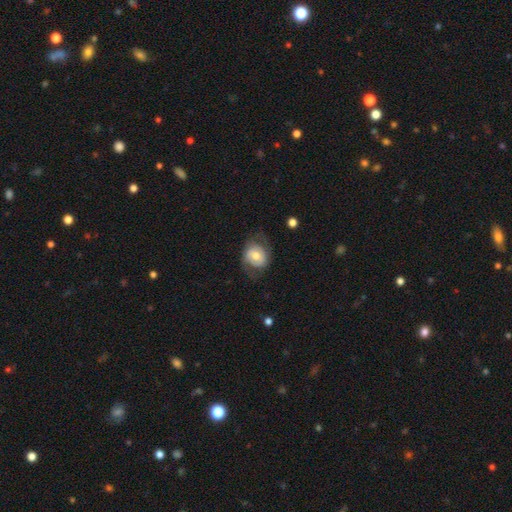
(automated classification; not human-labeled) Smooth or featured? Predicted: smooth (p=0.51). How rounded? Predicted: round (p=0.58). Merging? Predicted: none (p=0.60).